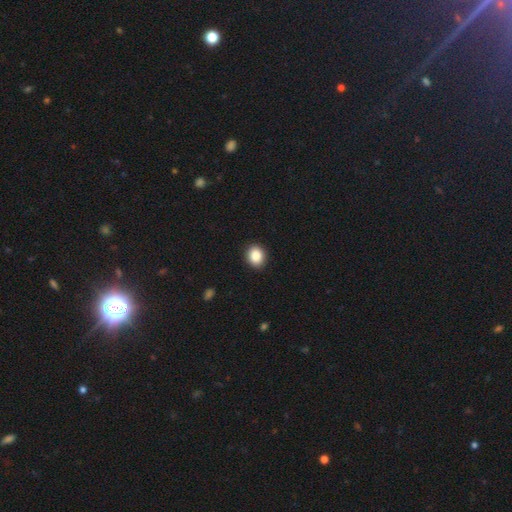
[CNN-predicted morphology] Smooth or featured: smooth — 86% (star or artifact — 9%)
How rounded: round — 61% (in between — 38%)
Merging: none — 91% (minor disturbance — 6%)